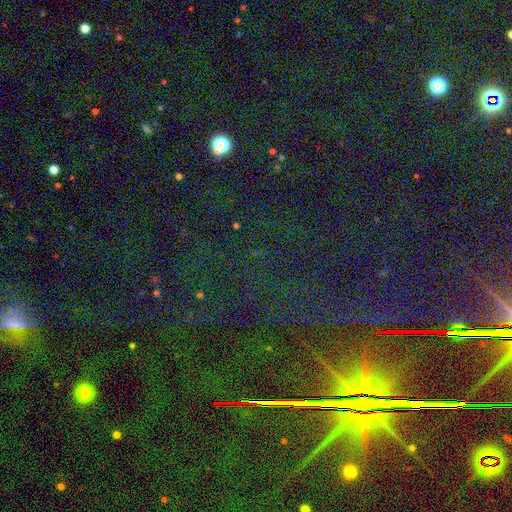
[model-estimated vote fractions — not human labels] Overall: star or artifact (86%).